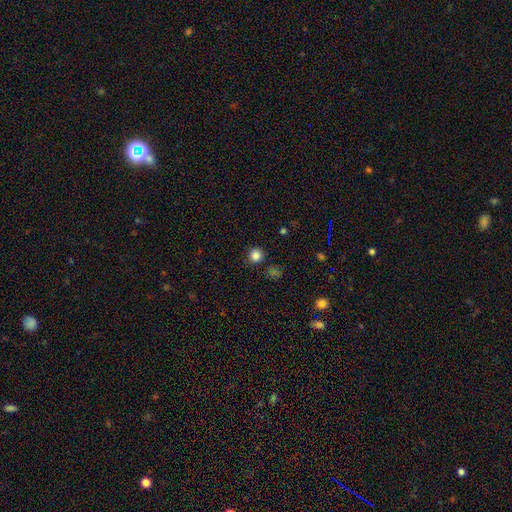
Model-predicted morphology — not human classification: smooth-or-featured: smooth: 84% | star or artifact: 13% | featured or disk: 4%
  how-rounded: round: 95% | in between: 4% | cigar-shaped: 1%
  merging: none: 89% | minor disturbance: 6% | merger: 3% | major disturbance: 2%